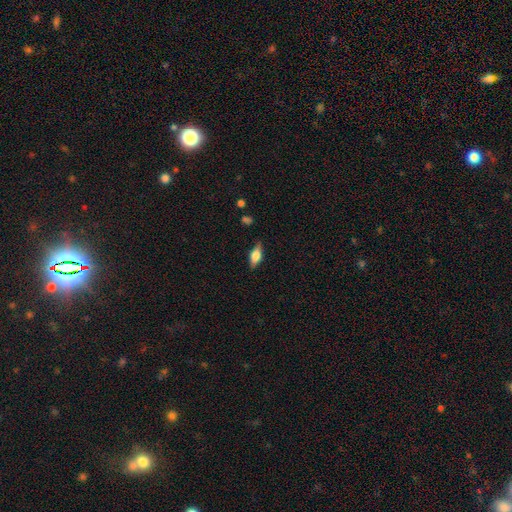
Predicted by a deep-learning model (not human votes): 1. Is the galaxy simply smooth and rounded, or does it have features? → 52% smooth, 40% featured or disk, 8% star or artifact.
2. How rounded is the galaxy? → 73% in between, 22% cigar-shaped, 5% round.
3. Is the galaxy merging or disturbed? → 81% none, 14% minor disturbance, 3% major disturbance, 1% merger.